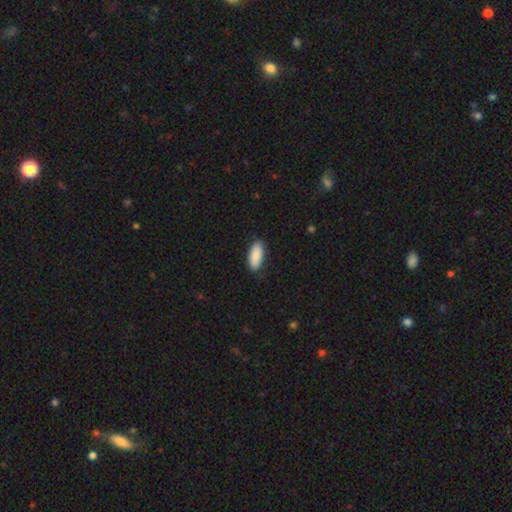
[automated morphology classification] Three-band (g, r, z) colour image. It shows a smooth galaxy with no disk features (87%) that is in between round and cigar-shaped (86%). Merging: none (85%).